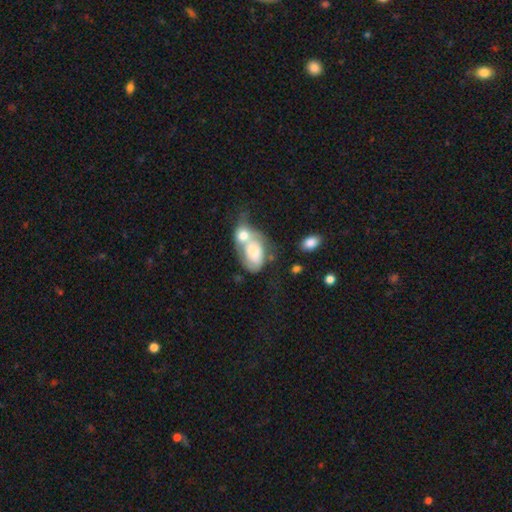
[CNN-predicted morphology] type=smooth (59%); roundness=in between (85%); merging=merger (72%).